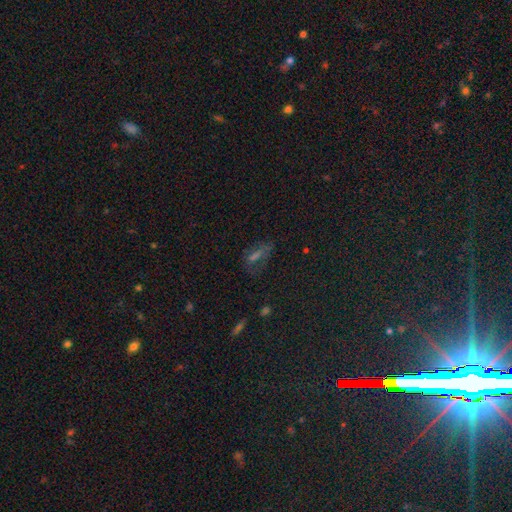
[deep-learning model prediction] star or artifact 47%, smooth 32%, featured or disk 21%.